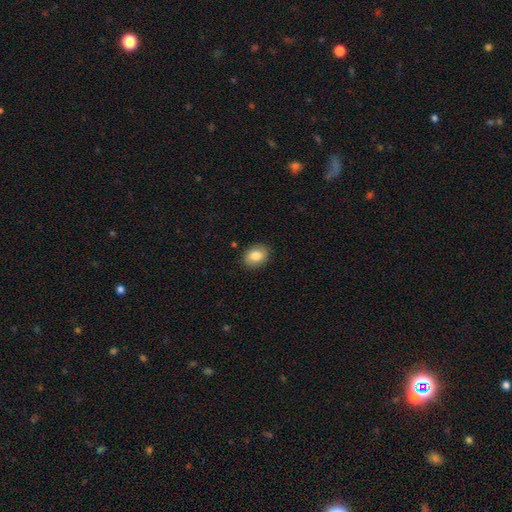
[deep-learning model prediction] This is clearly a smooth galaxy (82%). How rounded: possibly in between (57%). Merging: clearly none (87%).